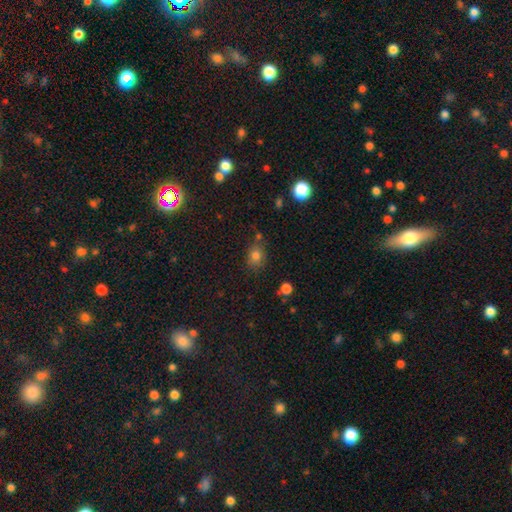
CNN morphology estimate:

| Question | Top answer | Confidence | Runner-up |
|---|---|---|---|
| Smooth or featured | smooth | 78% | star or artifact (14%) |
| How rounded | round | 51% | in between (48%) |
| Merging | none | 70% | minor disturbance (18%) |